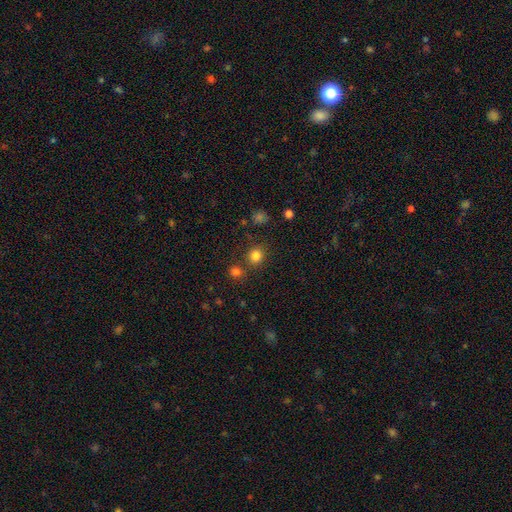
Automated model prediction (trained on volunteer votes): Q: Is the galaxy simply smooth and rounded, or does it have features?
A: smooth — 81%.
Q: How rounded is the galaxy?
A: round — 87%.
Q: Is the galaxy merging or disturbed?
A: none — 78%.